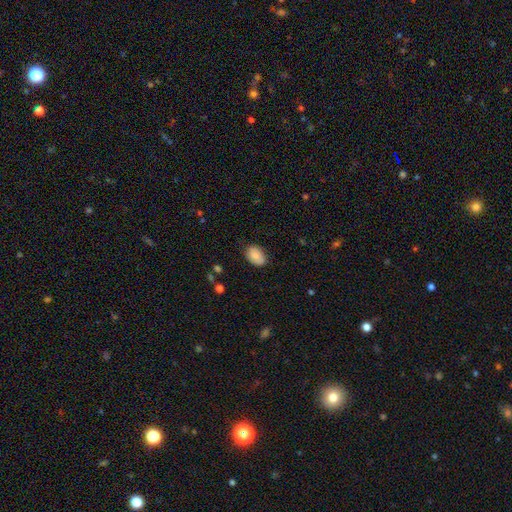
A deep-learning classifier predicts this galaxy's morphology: Q: Smooth or featured?
A: smooth (83%); runner-up: featured or disk (10%)
Q: How rounded?
A: in between (87%); runner-up: round (12%)
Q: Merging?
A: none (78%); runner-up: minor disturbance (18%)